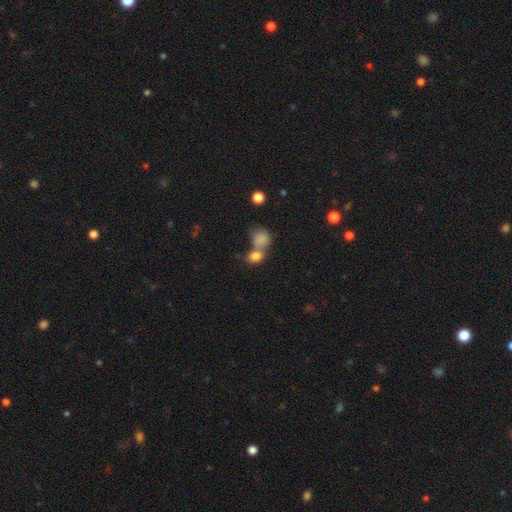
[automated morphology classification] type=smooth (81%); roundness=in between (52%); merging=merger (55%).